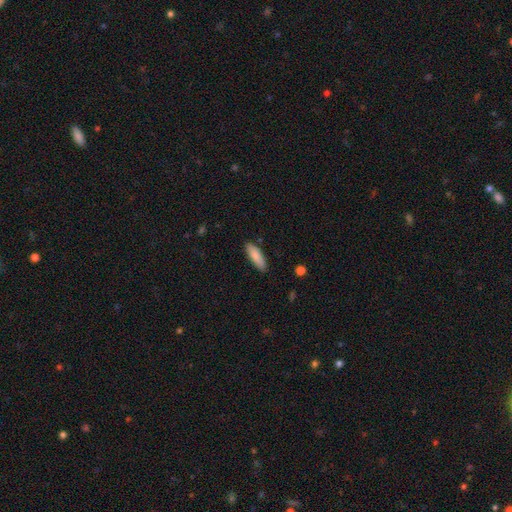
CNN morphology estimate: Overall: smooth (85%). How rounded: in between (52%; cigar-shaped 47%). Merging: none (86%).